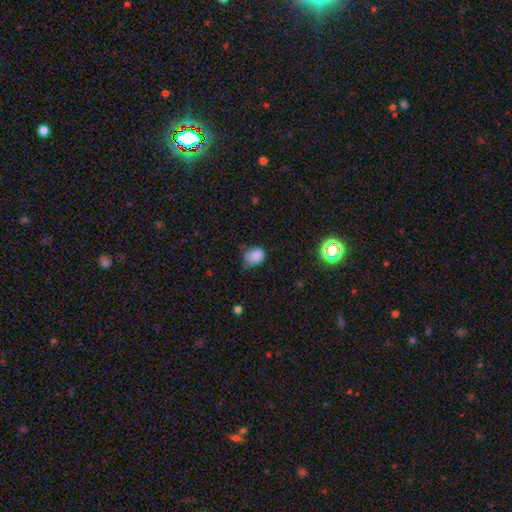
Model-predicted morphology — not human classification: Overall: smooth (83%). How rounded: in between (63%; round 36%). Merging: minor disturbance (43%; none 42%).